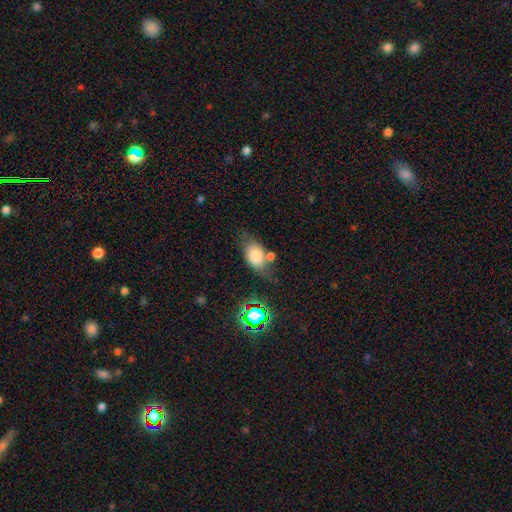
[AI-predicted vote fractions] This is likely a smooth galaxy (72%). How rounded: likely in between (79%). Merging: possibly none (51%).